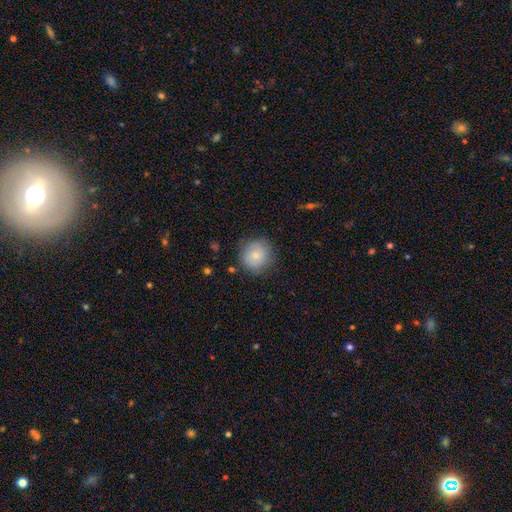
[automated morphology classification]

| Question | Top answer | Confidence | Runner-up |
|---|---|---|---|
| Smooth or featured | smooth | 82% | featured or disk (10%) |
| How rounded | round | 89% | in between (10%) |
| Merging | none | 82% | minor disturbance (13%) |